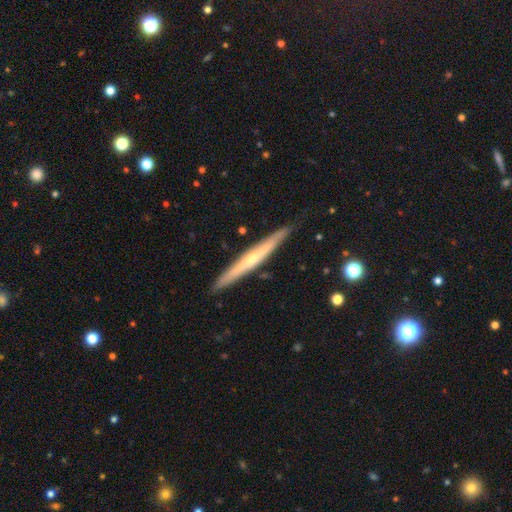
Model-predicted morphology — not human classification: Q: Smooth or featured?
A: featured or disk (63%); runner-up: smooth (30%)
Q: Edge-on disk?
A: yes (96%); runner-up: no (4%)
Q: Edge-on bulge?
A: rounded (51%); runner-up: none (45%)
Q: Merging?
A: none (89%); runner-up: minor disturbance (8%)